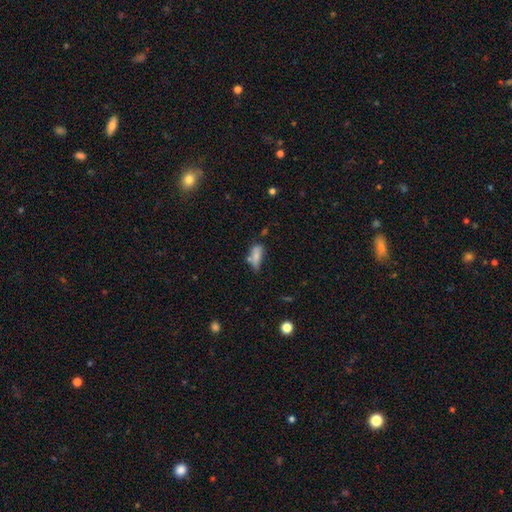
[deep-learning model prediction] Smooth or featured? Predicted: smooth (p=0.74). How rounded? Predicted: in between (p=0.72). Merging? Predicted: none (p=0.41).